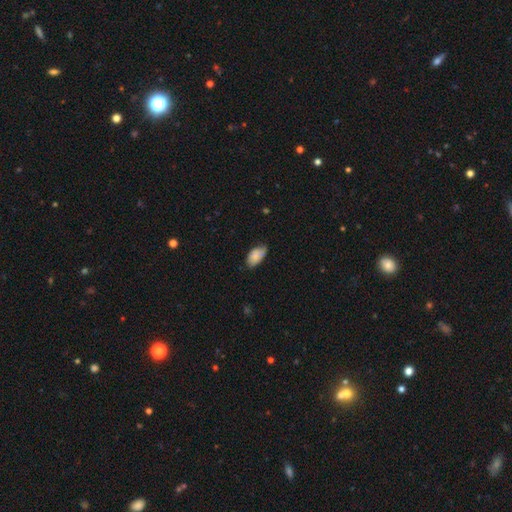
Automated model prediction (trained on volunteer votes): Overall: smooth (82%). How rounded: in between (94%). Merging: none (63%; minor disturbance 31%).